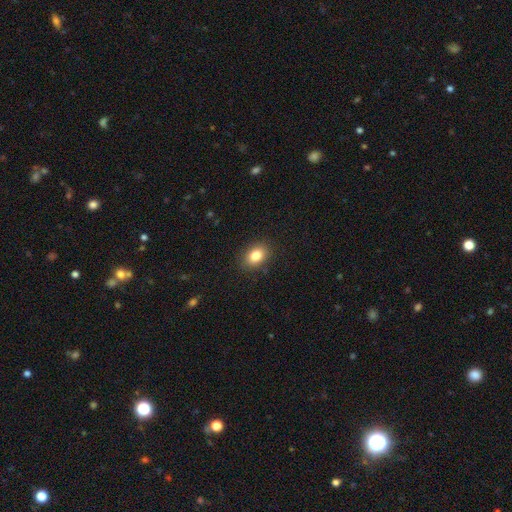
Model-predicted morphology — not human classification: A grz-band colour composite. It shows a smooth galaxy with no disk features (83%) that is in between round and cigar-shaped (71%). Merging: none (87%).